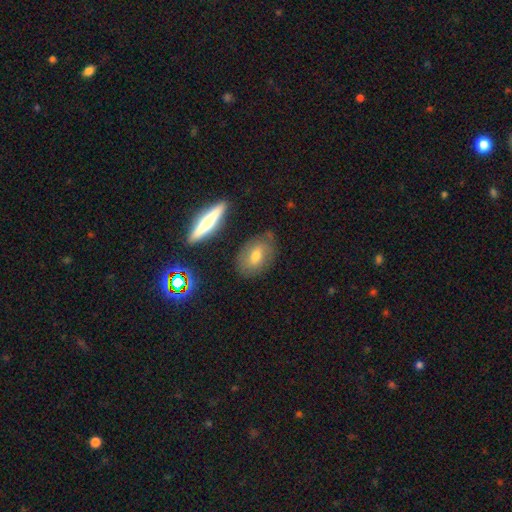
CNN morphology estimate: This is possibly a smooth galaxy (53%). How rounded: likely in between (75%). Merging: likely none (76%).